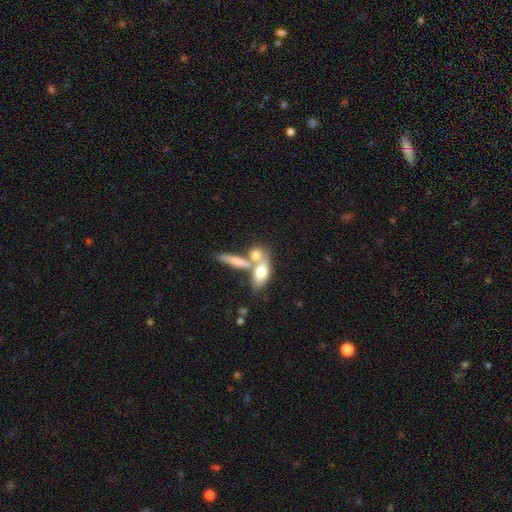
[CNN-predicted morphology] A smooth galaxy with no disk features (67%) that is in between round and cigar-shaped (55%).

Vote fractions:
- Smooth or featured? smooth: 67% / featured or disk: 25% / star or artifact: 7%
- How rounded? in between: 55% / cigar-shaped: 27% / round: 17%
- Merging? merger: 52% / none: 34% / minor disturbance: 9% / major disturbance: 5%